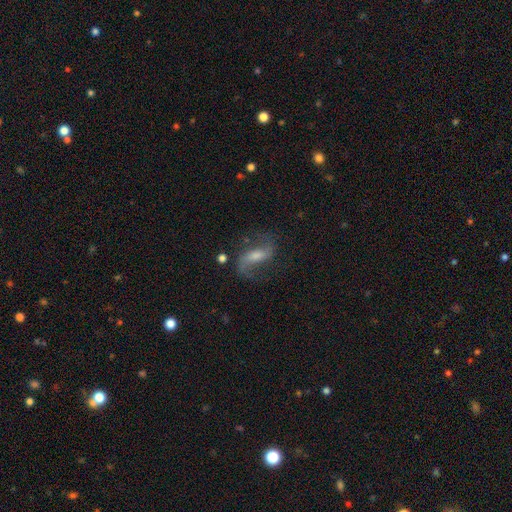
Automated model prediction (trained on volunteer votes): A featured or disk galaxy (79%) with a weak bar (45%), 2 (90%) loose (65%) spiral arms (94%) and a moderate central bulge (43%).

Vote fractions:
- Smooth or featured? featured or disk: 79% / smooth: 13% / star or artifact: 8%
- Edge-on disk? no: 94% / yes: 6%
- Bar? weak: 45% / strong: 32% / no: 23%
- Spiral arms? yes: 94% / no: 6%
- Spiral winding? loose: 65% / medium: 29% / tight: 6%
- Spiral arm count? 2: 90% / 1: 4% / can't tell: 3% / 3: 1% / 4: 1% / more than 4: 1%
- Bulge size? moderate: 43% / small: 38% / none: 10% / large: 8% / dominant: 2%
- Merging? none: 71% / minor disturbance: 16% / major disturbance: 11% / merger: 2%